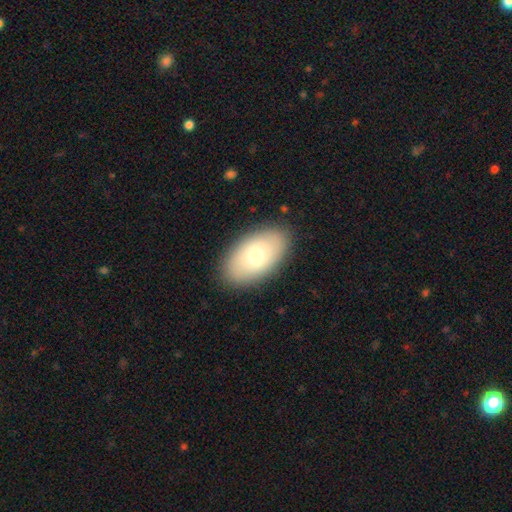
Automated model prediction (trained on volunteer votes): Smooth or featured? smooth (64%)
How rounded? in between (94%)
Merging? none (86%)